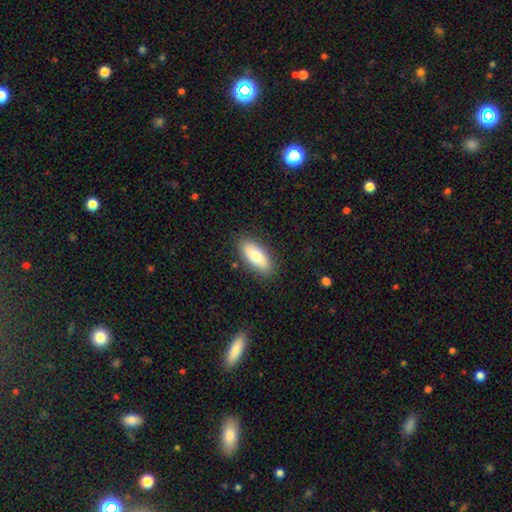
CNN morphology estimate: smooth 76%, featured or disk 18%, star or artifact 6%. Down the decision tree: how rounded — in between (83%); merging — none (87%).